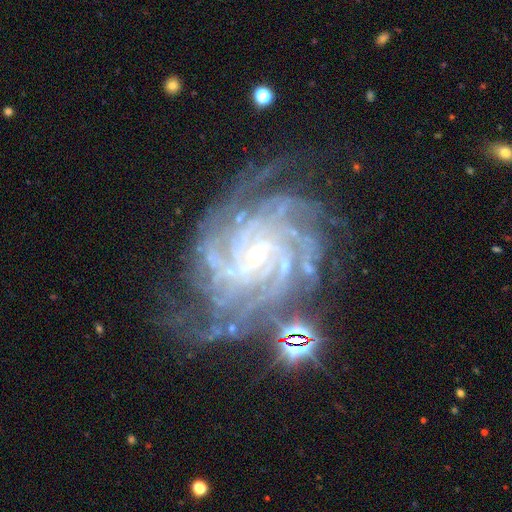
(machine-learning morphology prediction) Smooth or featured?
  - featured or disk: 92% *
  - star or artifact: 5%
  - smooth: 3%
Edge-on disk?
  - no: 98% *
  - yes: 2%
Bar?
  - no: 60% *
  - weak: 29%
  - strong: 12%
Spiral arms?
  - yes: 99% *
  - no: 1%
Spiral winding?
  - tight: 75% *
  - medium: 22%
  - loose: 3%
Spiral arm count?
  - more than 4: 31% *
  - 4: 26%
  - can't tell: 14%
  - 3: 12%
  - 2: 9%
  - 1: 8%
Bulge size?
  - small: 84% *
  - moderate: 11%
  - none: 3%
  - large: 1%
  - dominant: 1%
Merging?
  - none: 68% *
  - minor disturbance: 19%
  - major disturbance: 10%
  - merger: 3%